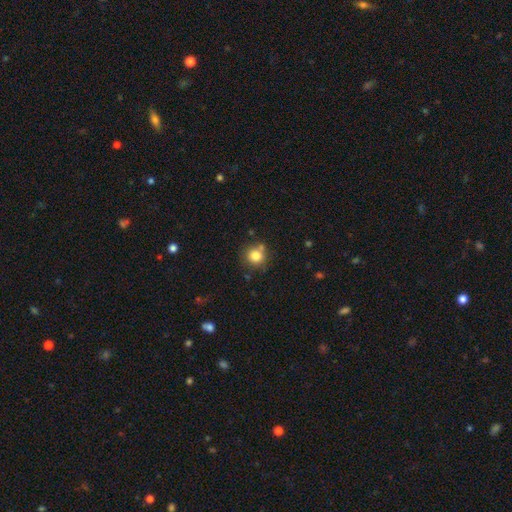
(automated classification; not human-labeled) A smooth galaxy with no disk features (81%) that is round (91%).

Vote fractions:
- Smooth or featured? smooth: 81% / star or artifact: 11% / featured or disk: 8%
- How rounded? round: 91% / in between: 8% / cigar-shaped: 1%
- Merging? none: 74% / minor disturbance: 12% / merger: 11% / major disturbance: 3%